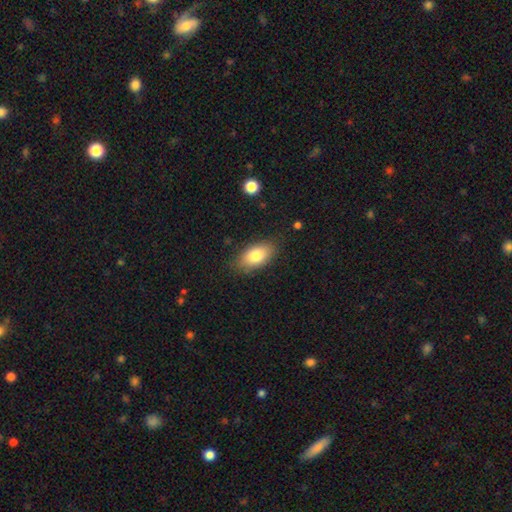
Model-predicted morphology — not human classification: A smooth galaxy with no disk features (80%) that is in between round and cigar-shaped (91%). Merging: none (82%).